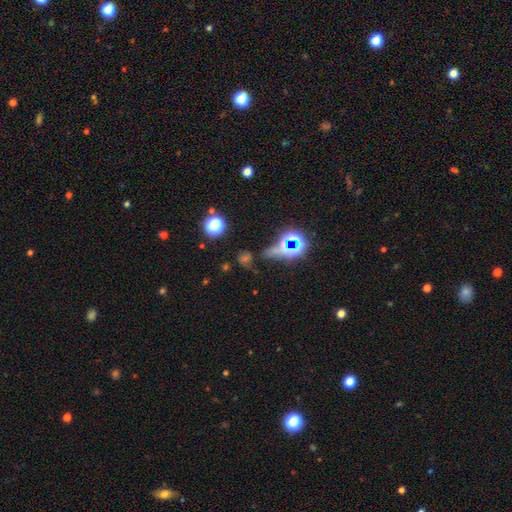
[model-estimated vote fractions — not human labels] A star or artifact, not a galaxy (67%).